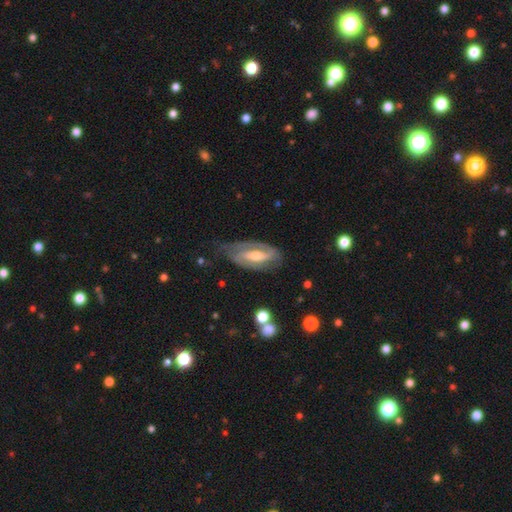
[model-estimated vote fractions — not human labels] Overall: featured or disk (83%). Edge-on disk: no (92%). Bar: strong (41%; weak 36%). Spiral arms: yes (92%). Spiral arm count: 2 (78%). Spiral winding: tight (43%; medium 42%). Bulge size: moderate (59%; small 36%). Merging: none (66%).